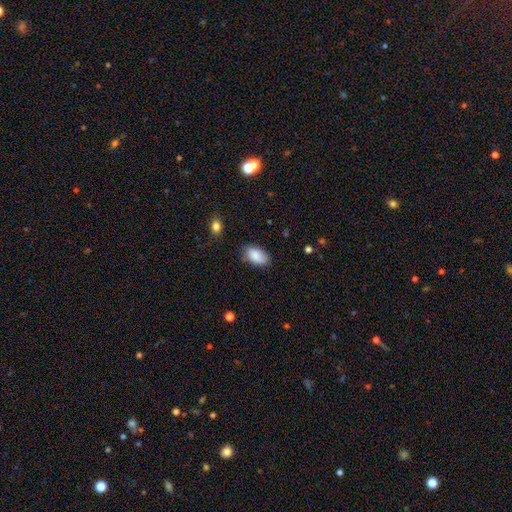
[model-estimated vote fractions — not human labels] Smooth or featured? smooth (86%)
How rounded? in between (94%)
Merging? none (74%)